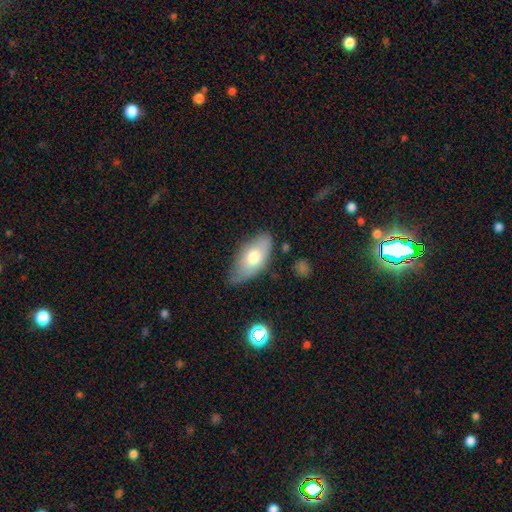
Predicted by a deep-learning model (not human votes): This is likely a smooth galaxy (67%). How rounded: clearly in between (89%). Merging: likely none (66%).